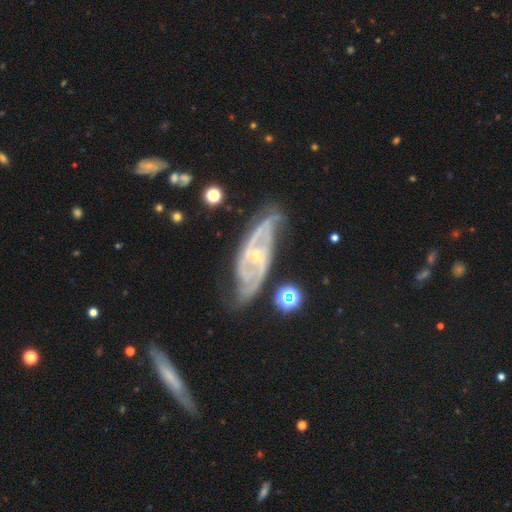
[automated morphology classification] smooth_or_featured: featured or disk (p=0.87) [alt: smooth p=0.07]
disk_edge_on: no (p=0.89) [alt: yes p=0.11]
bar: no (p=0.50) [alt: weak p=0.35]
has_spiral_arms: yes (p=0.95) [alt: no p=0.05]
spiral_winding: tight (p=0.45) [alt: medium p=0.43]
spiral_arm_count: 2 (p=0.53) [alt: can't tell p=0.18]
bulge_size: small (p=0.77) [alt: moderate p=0.19]
merging: none (p=0.66) [alt: minor disturbance p=0.22]